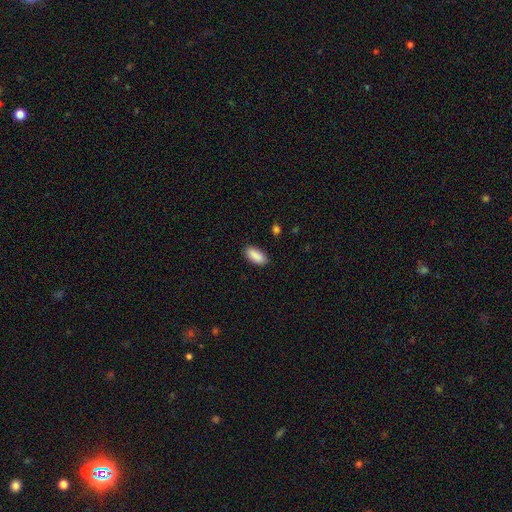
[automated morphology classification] This is clearly a smooth galaxy (90%). How rounded: clearly in between (90%). Merging: clearly none (88%).